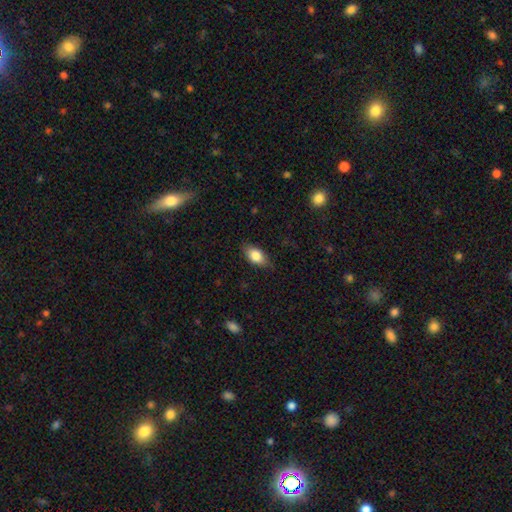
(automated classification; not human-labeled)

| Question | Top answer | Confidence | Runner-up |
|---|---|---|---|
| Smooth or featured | smooth | 81% | featured or disk (11%) |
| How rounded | in between | 89% | round (7%) |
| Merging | none | 80% | minor disturbance (16%) |